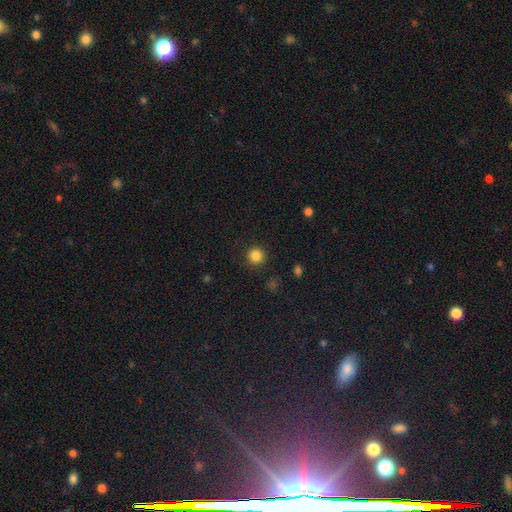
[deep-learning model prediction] smooth_or_featured: smooth (p=0.85) [alt: star or artifact p=0.11]
how_rounded: round (p=0.95) [alt: in between p=0.04]
merging: none (p=0.91) [alt: minor disturbance p=0.06]